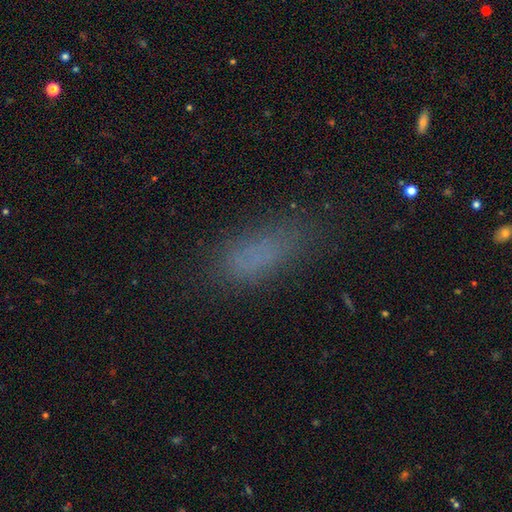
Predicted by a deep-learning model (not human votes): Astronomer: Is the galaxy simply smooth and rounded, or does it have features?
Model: smooth — 72%.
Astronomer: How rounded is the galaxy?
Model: in between — 72%.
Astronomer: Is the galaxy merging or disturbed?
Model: none — 67%.